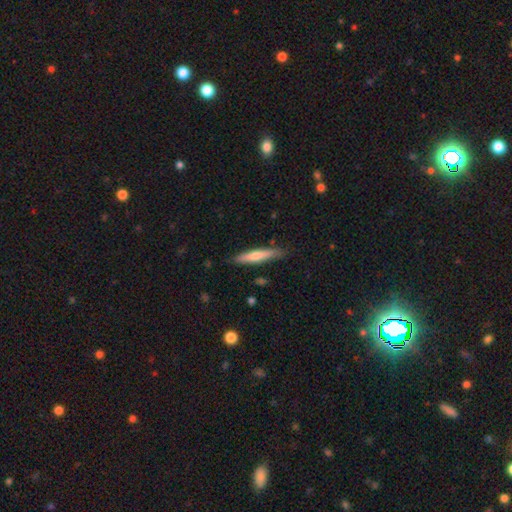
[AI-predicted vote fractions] A smooth galaxy with no disk features (61%) that is cigar-shaped (89%).

Vote fractions:
- Smooth or featured? smooth: 61% / featured or disk: 33% / star or artifact: 5%
- How rounded? cigar-shaped: 89% / in between: 9% / round: 1%
- Merging? none: 83% / minor disturbance: 13% / major disturbance: 2% / merger: 2%